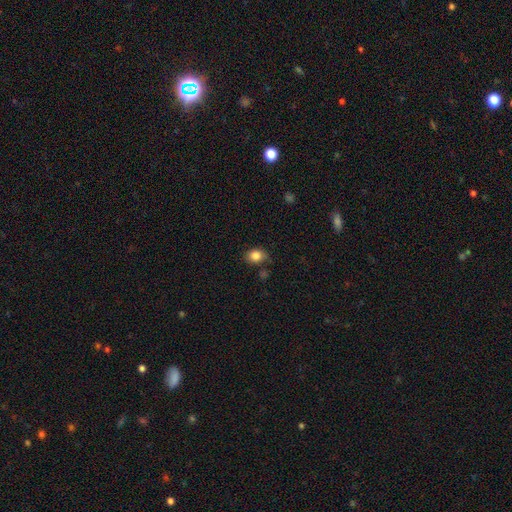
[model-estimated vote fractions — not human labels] This is clearly a smooth galaxy (84%). How rounded: possibly in between (52%). Merging: likely none (72%).